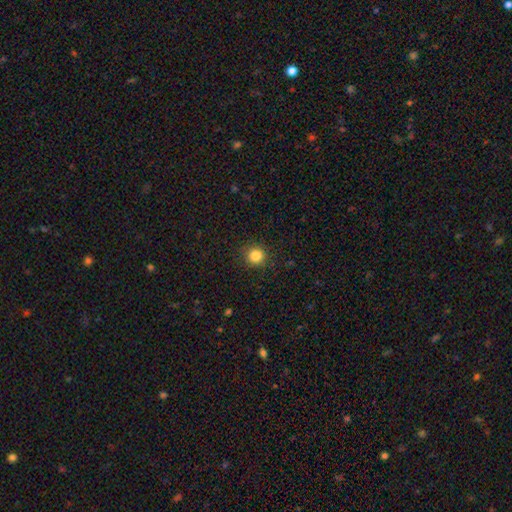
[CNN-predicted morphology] Smooth or featured? Predicted: smooth (p=0.83). How rounded? Predicted: round (p=0.93). Merging? Predicted: none (p=0.91).